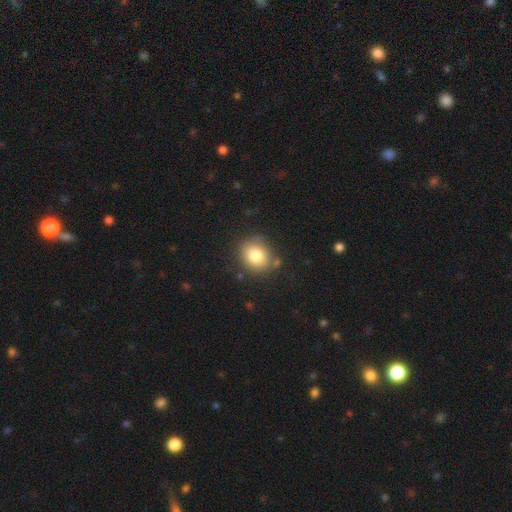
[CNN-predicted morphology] smooth 80%, star or artifact 10%, featured or disk 10%. Down the decision tree: how rounded — round (66%); merging — none (80%).